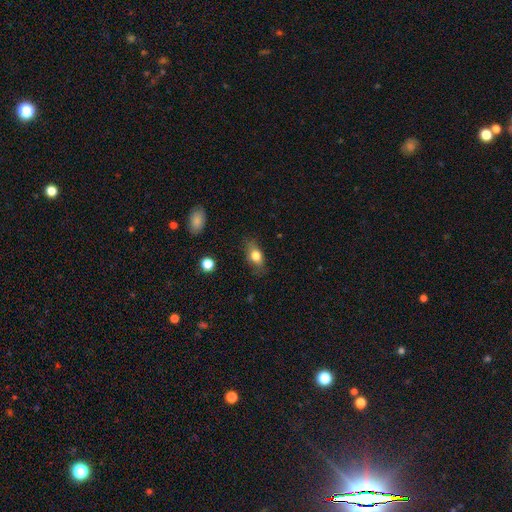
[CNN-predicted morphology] The model was most divided on "smooth or featured": smooth: 75%, featured or disk: 16%, star or artifact: 8%. More confident: how rounded — in between (79%); merging — none (78%).